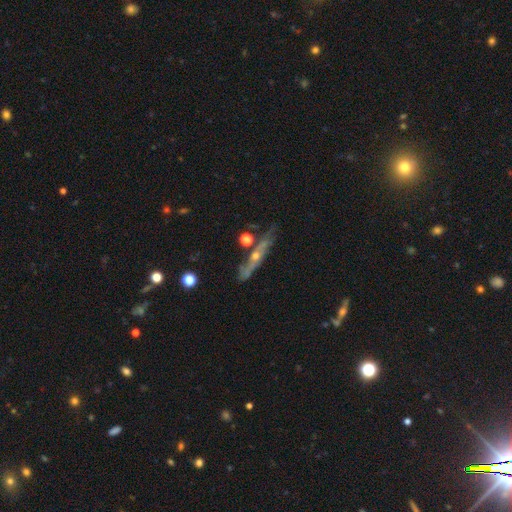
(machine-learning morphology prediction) Q: Smooth or featured?
A: featured or disk (69%); runner-up: smooth (22%)
Q: Edge-on disk?
A: yes (82%); runner-up: no (18%)
Q: Edge-on bulge?
A: rounded (79%); runner-up: none (18%)
Q: Merging?
A: none (67%); runner-up: minor disturbance (19%)